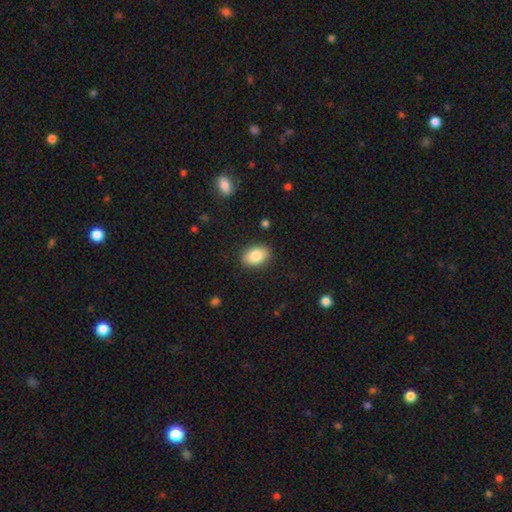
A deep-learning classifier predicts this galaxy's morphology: Smooth or featured: smooth — 84% (featured or disk — 9%)
How rounded: in between — 84% (round — 14%)
Merging: none — 87% (minor disturbance — 9%)